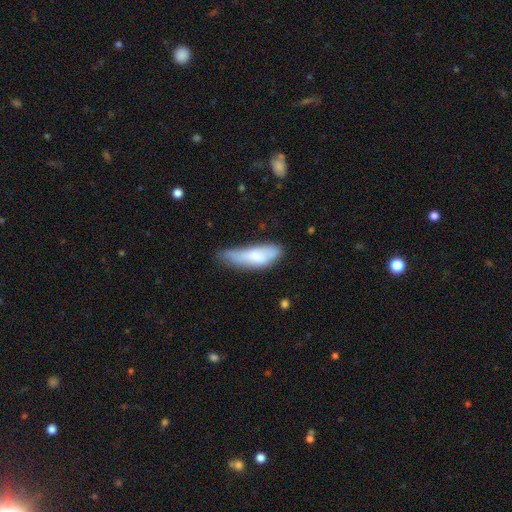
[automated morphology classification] Smooth or featured?
  - smooth: 73% *
  - featured or disk: 20%
  - star or artifact: 7%
How rounded?
  - cigar-shaped: 49% * (tied)
  - in between: 49% * (tied)
  - round: 2%
Merging?
  - minor disturbance: 44% *
  - none: 32%
  - major disturbance: 19%
  - merger: 5%